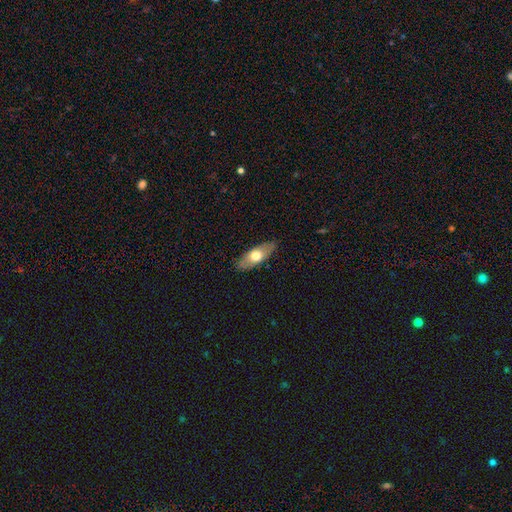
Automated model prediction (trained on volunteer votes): smooth_or_featured: smooth (p=0.59) [alt: featured or disk p=0.35]
how_rounded: in between (p=0.74) [alt: cigar-shaped p=0.23]
merging: none (p=0.86) [alt: minor disturbance p=0.11]